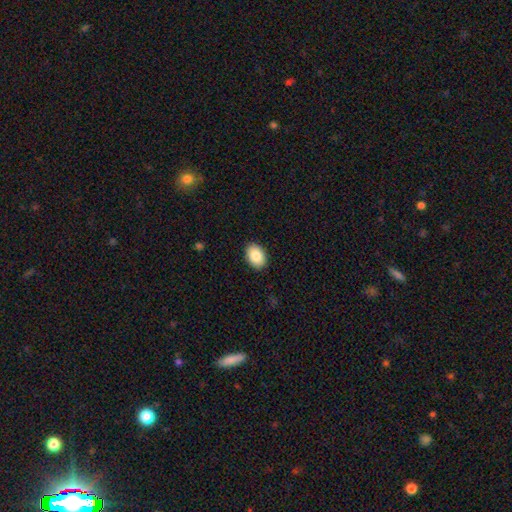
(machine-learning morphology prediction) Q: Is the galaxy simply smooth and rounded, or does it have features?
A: smooth — 87%.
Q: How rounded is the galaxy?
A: in between — 84%.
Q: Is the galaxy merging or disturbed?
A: none — 90%.